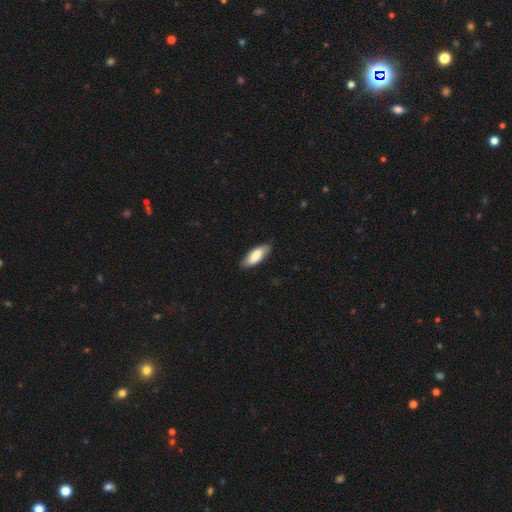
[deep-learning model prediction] Q: Smooth or featured?
A: smooth (81%); runner-up: featured or disk (14%)
Q: How rounded?
A: in between (76%); runner-up: cigar-shaped (23%)
Q: Merging?
A: none (81%); runner-up: minor disturbance (15%)